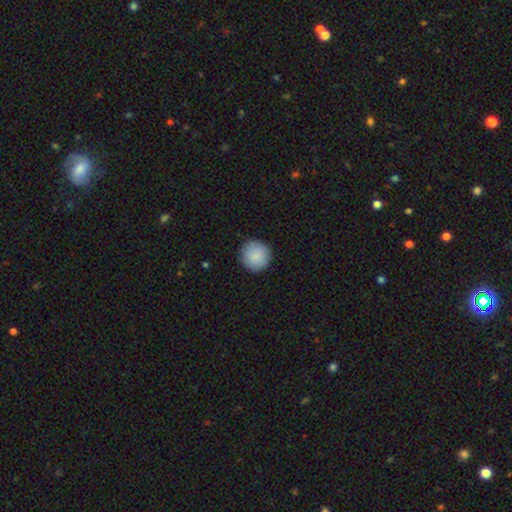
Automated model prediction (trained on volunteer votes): smooth 89%, star or artifact 7%, featured or disk 4%. Down the decision tree: how rounded — round (95%); merging — none (89%).